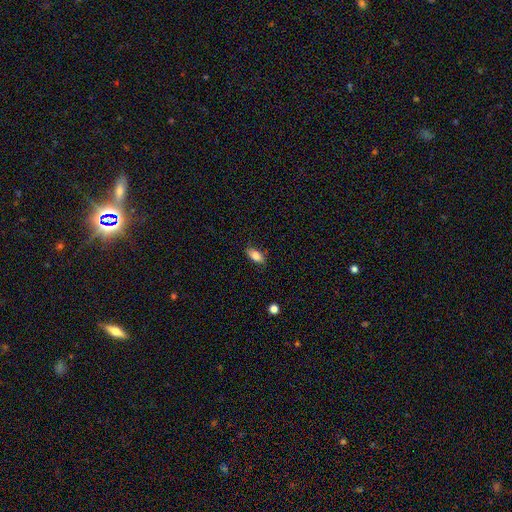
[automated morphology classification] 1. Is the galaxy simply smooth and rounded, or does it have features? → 80% smooth, 12% featured or disk, 8% star or artifact.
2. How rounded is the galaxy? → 85% in between, 12% cigar-shaped, 3% round.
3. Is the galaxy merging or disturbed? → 85% none, 12% minor disturbance, 2% major disturbance, 1% merger.